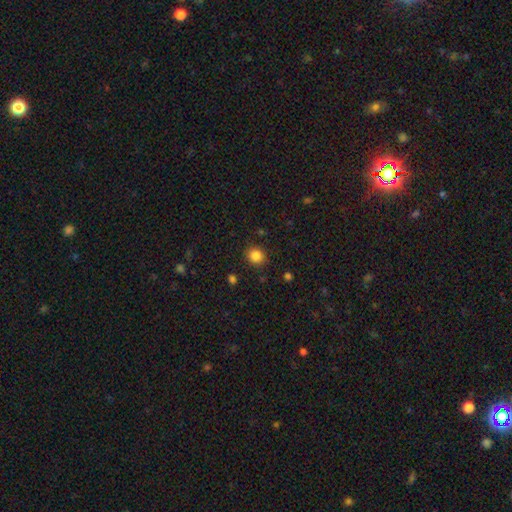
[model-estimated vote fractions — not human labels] smooth_or_featured: smooth (p=0.85) [alt: star or artifact p=0.11]
how_rounded: round (p=0.82) [alt: in between p=0.17]
merging: none (p=0.88) [alt: minor disturbance p=0.08]